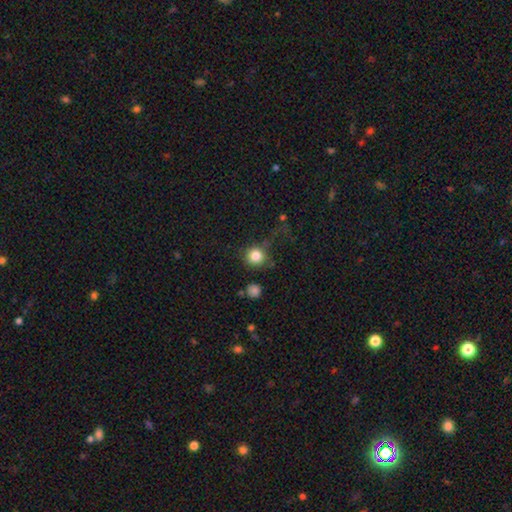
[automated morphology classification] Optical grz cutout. It shows a smooth galaxy with no disk features (84%) that is round (91%). Merging: none (71%).